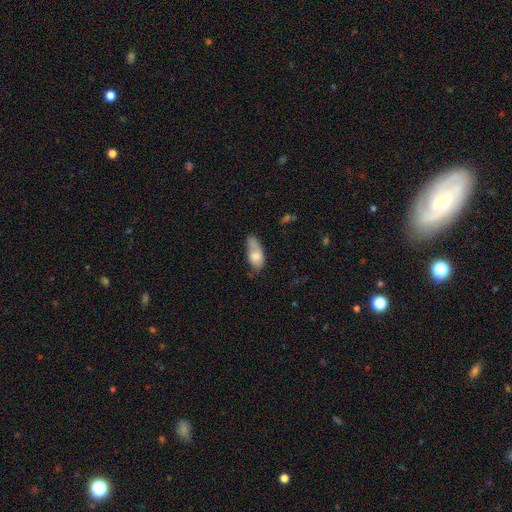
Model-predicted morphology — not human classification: Smooth or featured?
  - smooth: 72% *
  - featured or disk: 21%
  - star or artifact: 7%
How rounded?
  - in between: 84% *
  - cigar-shaped: 11%
  - round: 5%
Merging?
  - minor disturbance: 34% *
  - none: 30%
  - major disturbance: 20%
  - merger: 16%